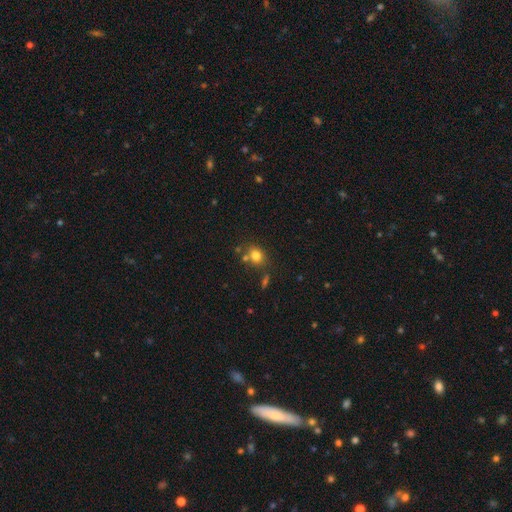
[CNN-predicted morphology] smooth_or_featured: smooth (p=0.78) [alt: star or artifact p=0.13]
how_rounded: round (p=0.54) [alt: in between p=0.45]
merging: none (p=0.66) [alt: merger p=0.15]